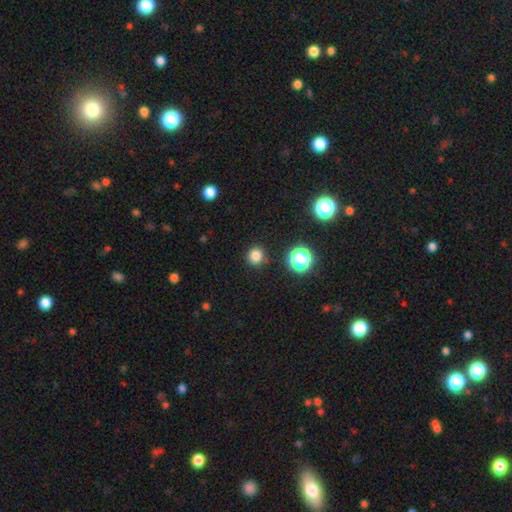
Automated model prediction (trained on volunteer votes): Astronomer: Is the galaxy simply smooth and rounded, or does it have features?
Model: smooth — 80%.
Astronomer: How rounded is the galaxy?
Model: round — 92%.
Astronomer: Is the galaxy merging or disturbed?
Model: none — 89%.